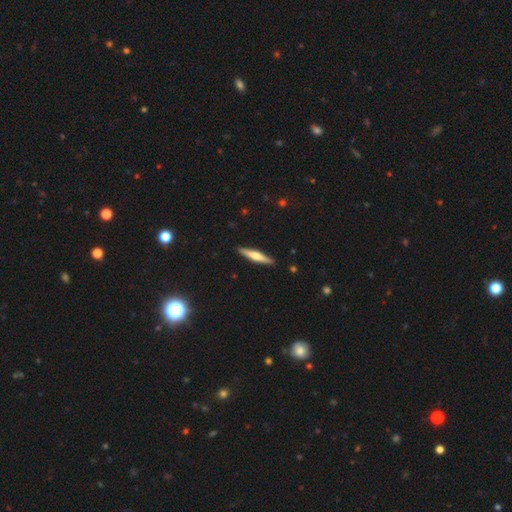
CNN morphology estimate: Q: Smooth or featured?
A: featured or disk (59%); runner-up: smooth (36%)
Q: Edge-on disk?
A: yes (97%); runner-up: no (3%)
Q: Edge-on bulge?
A: rounded (89%); runner-up: boxy (5%)
Q: Merging?
A: none (91%); runner-up: minor disturbance (6%)